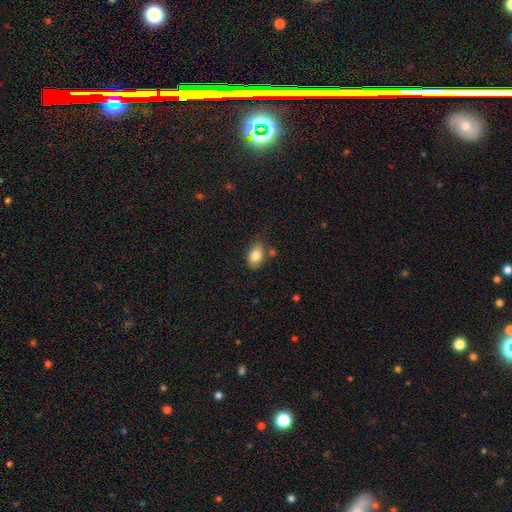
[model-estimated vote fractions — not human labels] A smooth galaxy with no disk features (82%) that is in between round and cigar-shaped (81%).

Vote fractions:
- Smooth or featured? smooth: 82% / featured or disk: 10% / star or artifact: 8%
- How rounded? in between: 81% / round: 17% / cigar-shaped: 2%
- Merging? none: 66% / minor disturbance: 23% / merger: 7% / major disturbance: 5%